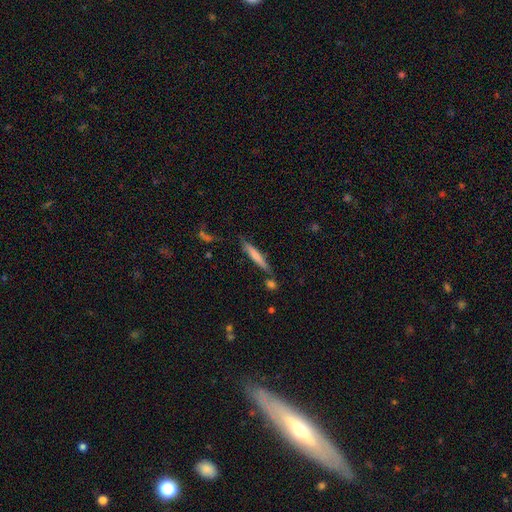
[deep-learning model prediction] smooth 64%, featured or disk 30%, star or artifact 6%. Down the decision tree: how rounded — cigar-shaped (93%); merging — none (73%).